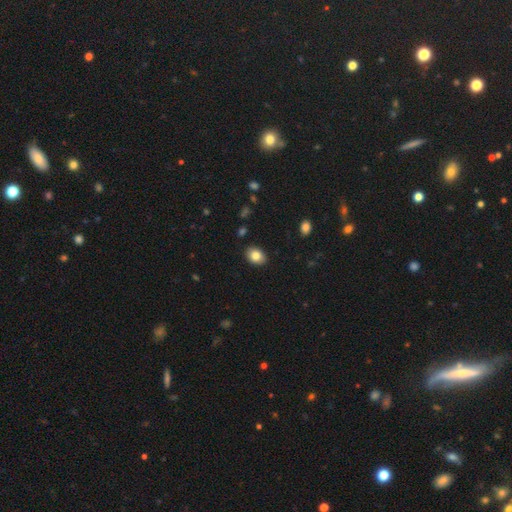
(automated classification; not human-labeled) smooth 83%, featured or disk 9%, star or artifact 8%. Down the decision tree: how rounded — in between (71%); merging — none (88%).